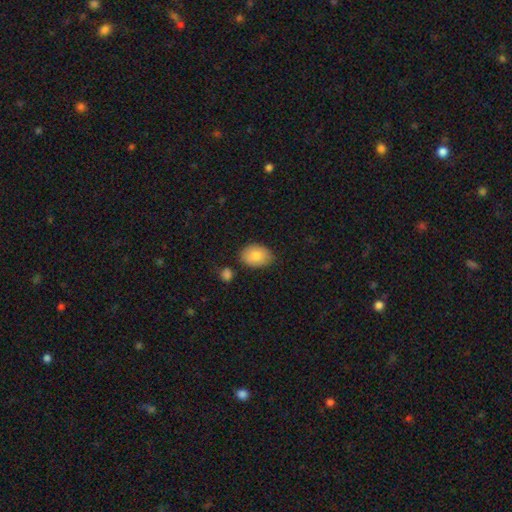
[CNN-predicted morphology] This appears to be a smooth galaxy with no disk features (83%) that is in between round and cigar-shaped (74%). Merging: none (76%).